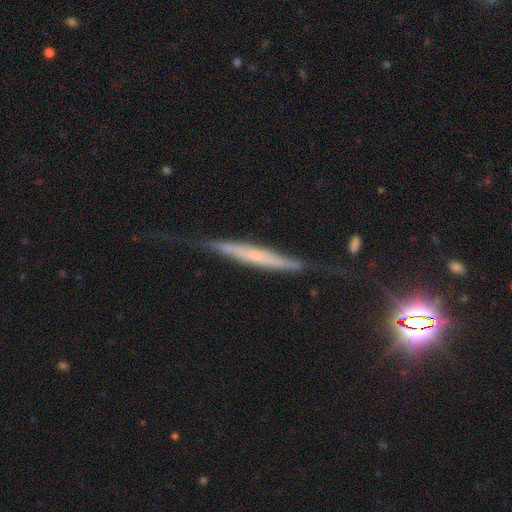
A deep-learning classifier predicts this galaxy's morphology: featured or disk 61%, smooth 30%, star or artifact 9%. Down the decision tree: edge-on disk — yes (89%); edge-on bulge — none (58%); merging — none (61%).